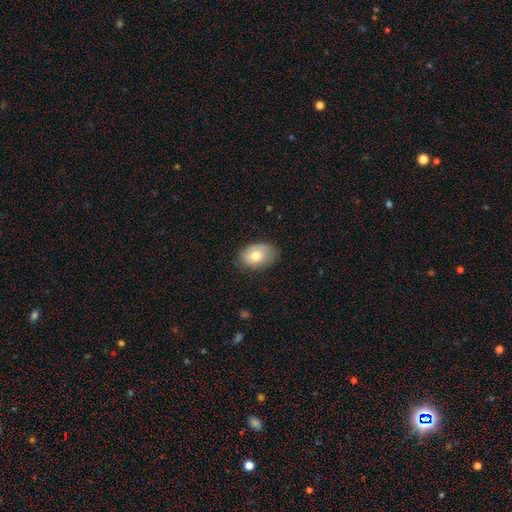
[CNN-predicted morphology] Q: Smooth or featured?
A: smooth (73%); runner-up: featured or disk (19%)
Q: How rounded?
A: in between (81%); runner-up: round (18%)
Q: Merging?
A: none (74%); runner-up: minor disturbance (21%)